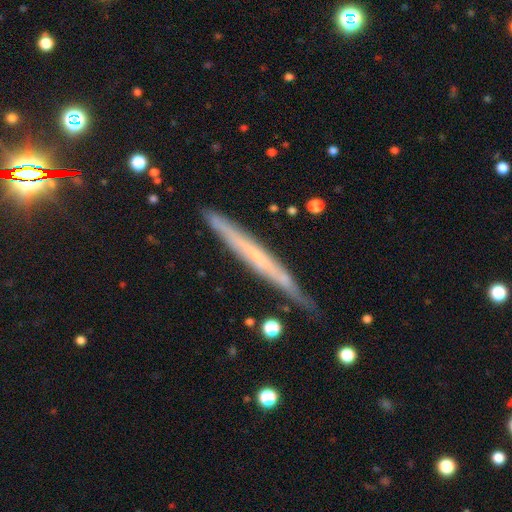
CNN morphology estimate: type=featured or disk (57%); edge-on=yes (94%); edge-on bulge=none (83%); merging=none (80%).